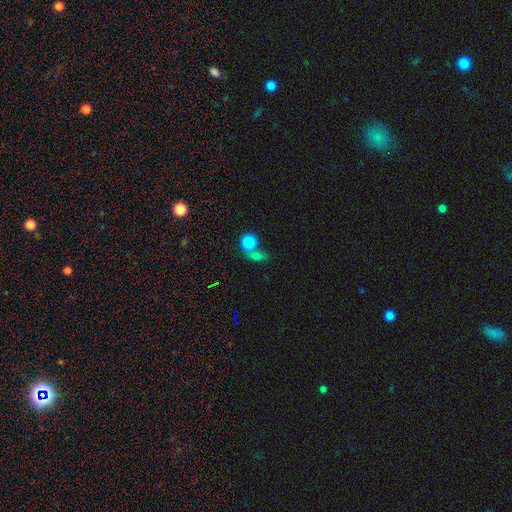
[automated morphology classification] smooth_or_featured: smooth (p=0.71) [alt: star or artifact p=0.18]
how_rounded: round (p=0.55) [alt: in between p=0.39]
merging: none (p=0.42) [alt: merger p=0.38]